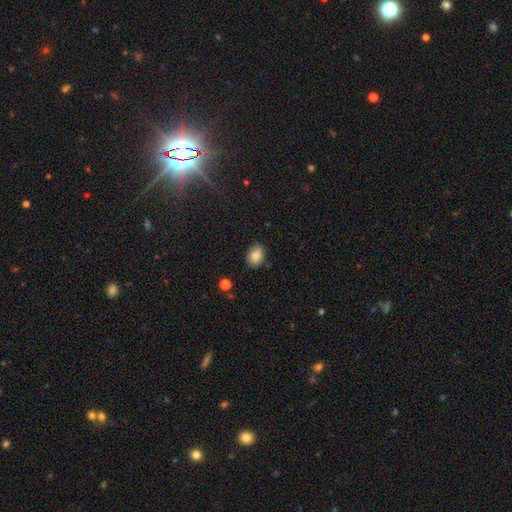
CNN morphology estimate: Smooth or featured?
  - smooth: 84% *
  - star or artifact: 9%
  - featured or disk: 8%
How rounded?
  - in between: 76% *
  - round: 22%
  - cigar-shaped: 1%
Merging?
  - none: 79% *
  - minor disturbance: 16%
  - major disturbance: 3%
  - merger: 2%